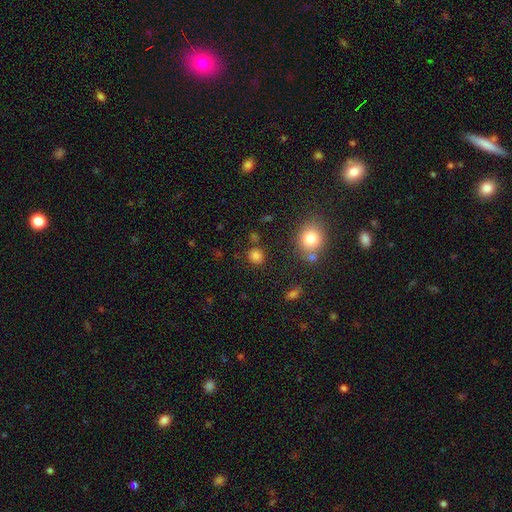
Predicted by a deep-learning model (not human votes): Smooth or featured?
  - smooth: 82% *
  - star or artifact: 14%
  - featured or disk: 5%
How rounded?
  - round: 77% *
  - in between: 22%
  - cigar-shaped: 1%
Merging?
  - none: 81% *
  - minor disturbance: 9%
  - merger: 6%
  - major disturbance: 4%